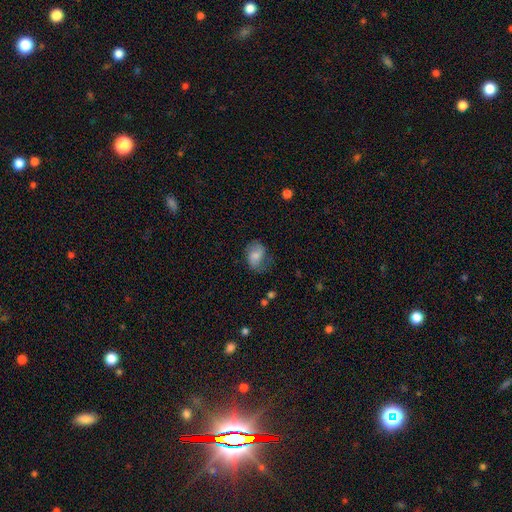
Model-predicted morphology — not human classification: Smooth or featured? smooth (62%)
How rounded? in between (70%)
Merging? none (55%)